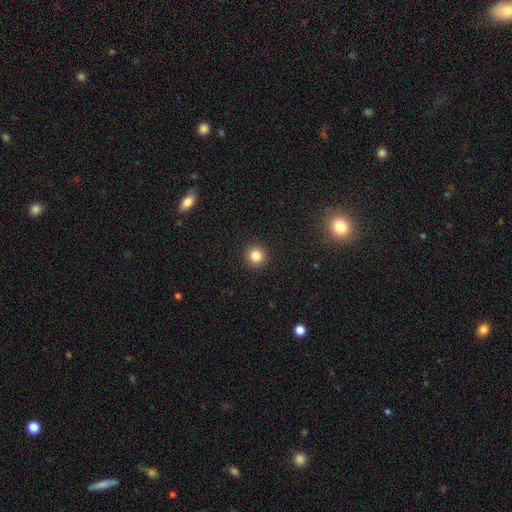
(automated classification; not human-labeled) This is clearly a smooth galaxy (83%). How rounded: clearly round (95%). Merging: clearly none (93%).